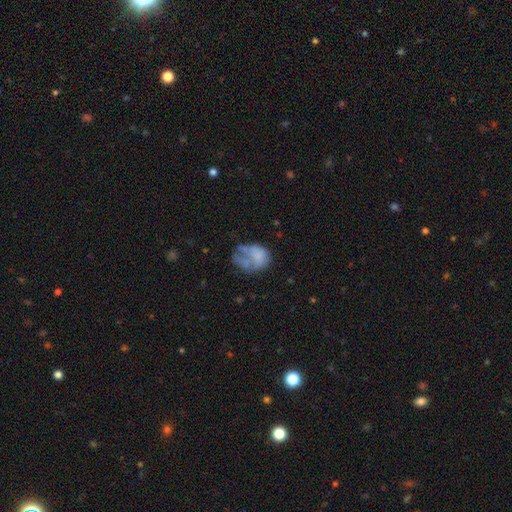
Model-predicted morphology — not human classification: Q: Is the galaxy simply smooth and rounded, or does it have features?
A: smooth — 53%.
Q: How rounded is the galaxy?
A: in between — 62%.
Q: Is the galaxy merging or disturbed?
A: major disturbance — 36%.